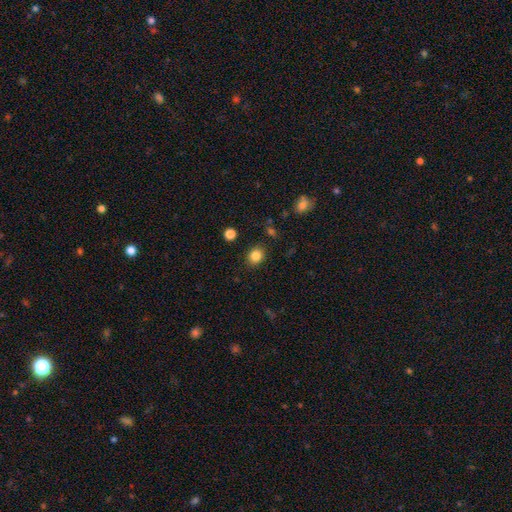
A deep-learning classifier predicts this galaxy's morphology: Smooth or featured? Predicted: smooth (p=0.84). How rounded? Predicted: round (p=0.67). Merging? Predicted: none (p=0.87).